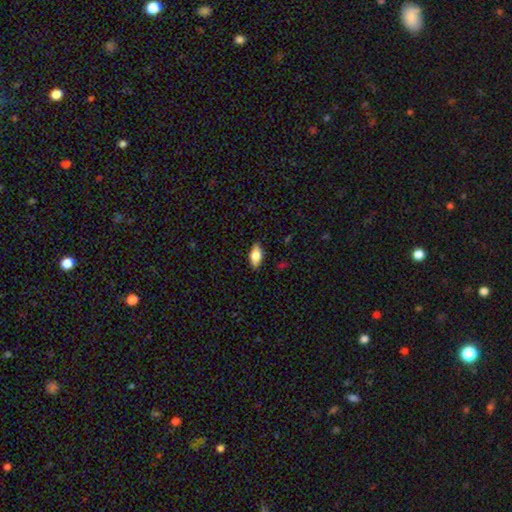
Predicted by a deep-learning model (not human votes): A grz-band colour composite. It shows a smooth galaxy with no disk features (76%) that is in between round and cigar-shaped (89%). Merging: none (85%).